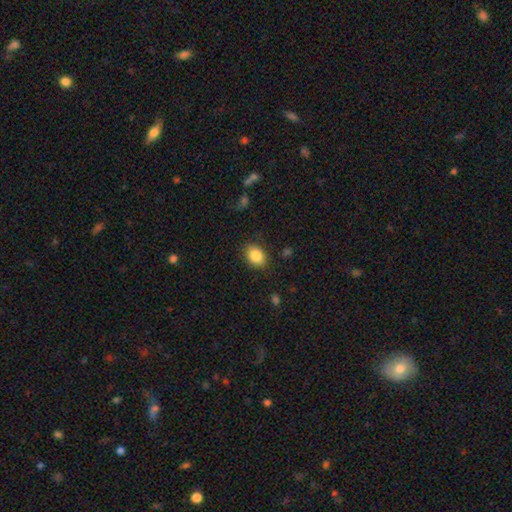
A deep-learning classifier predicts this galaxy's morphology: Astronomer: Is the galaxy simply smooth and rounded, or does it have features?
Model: smooth — 86%.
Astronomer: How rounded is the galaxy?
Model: in between — 68%.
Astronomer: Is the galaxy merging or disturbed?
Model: none — 85%.